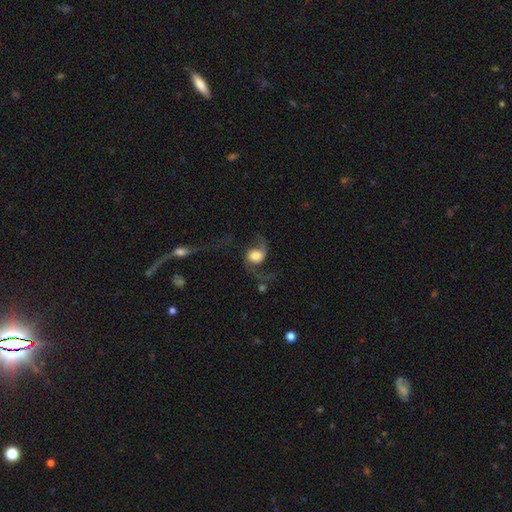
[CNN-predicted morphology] featured or disk 69%, smooth 23%, star or artifact 8%. Down the decision tree: edge-on disk — no (97%); bar — no (67%); spiral arms — yes (92%); spiral arm count — 2 (86%); spiral winding — loose (79%); bulge size — large (43%); merging — none (42%).